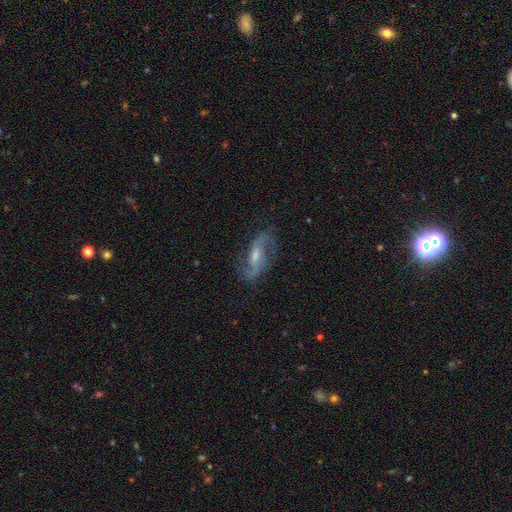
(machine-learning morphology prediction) Q: Smooth or featured?
A: featured or disk (84%); runner-up: smooth (9%)
Q: Edge-on disk?
A: no (93%); runner-up: yes (7%)
Q: Bar?
A: weak (45%); runner-up: no (29%)
Q: Spiral arms?
A: yes (95%); runner-up: no (5%)
Q: Spiral winding?
A: loose (53%); runner-up: medium (35%)
Q: Spiral arm count?
A: 2 (90%); runner-up: can't tell (4%)
Q: Bulge size?
A: moderate (49%); runner-up: small (41%)
Q: Merging?
A: none (77%); runner-up: minor disturbance (15%)